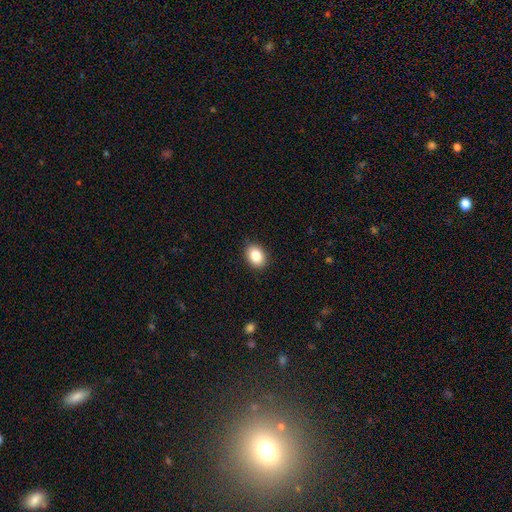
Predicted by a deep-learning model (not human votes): This is clearly a smooth galaxy (85%). How rounded: likely in between (68%). Merging: clearly none (89%).